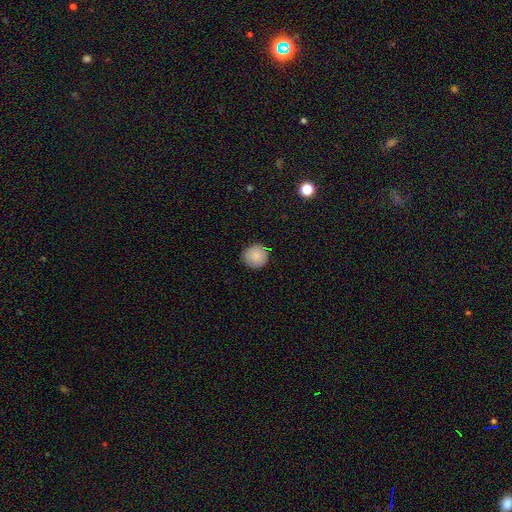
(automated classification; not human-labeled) The model was most divided on "merging": none: 85%, minor disturbance: 12%, major disturbance: 2%, merger: 2%. More confident: how rounded — round (91%); smooth or featured — smooth (85%).